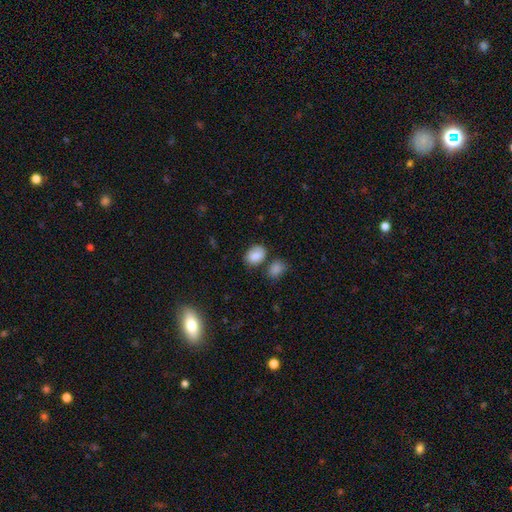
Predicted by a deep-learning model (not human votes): A smooth galaxy with no disk features (83%) that is in between round and cigar-shaped (72%). Merging: none (61%).